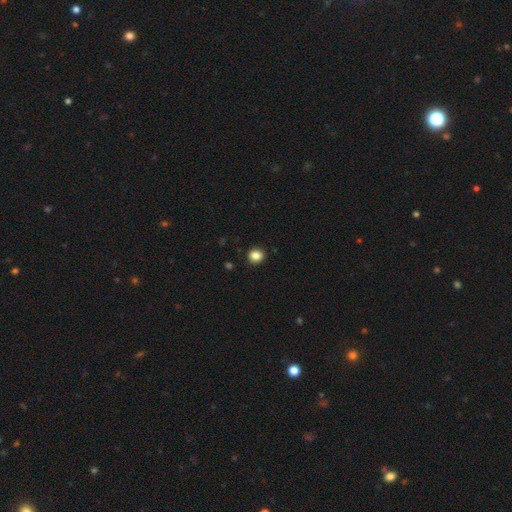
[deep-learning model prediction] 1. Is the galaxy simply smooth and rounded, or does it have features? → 85% smooth, 11% star or artifact, 4% featured or disk.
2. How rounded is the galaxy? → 80% round, 19% in between, 1% cigar-shaped.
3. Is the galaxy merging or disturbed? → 91% none, 6% minor disturbance, 2% major disturbance, 1% merger.